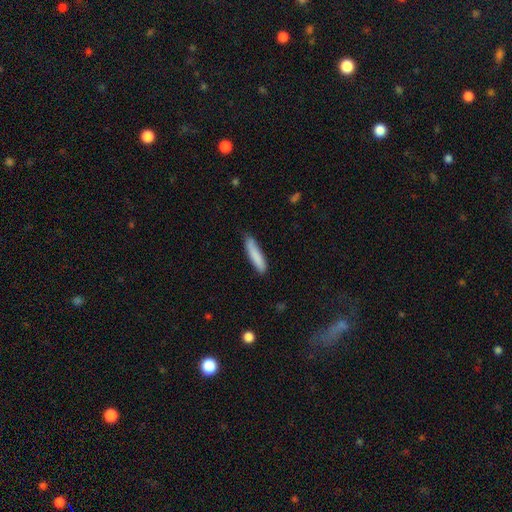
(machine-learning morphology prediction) The model was most divided on "merging": none: 79%, minor disturbance: 17%, major disturbance: 3%, merger: 1%. More confident: how rounded — cigar-shaped (85%); smooth or featured — smooth (84%).